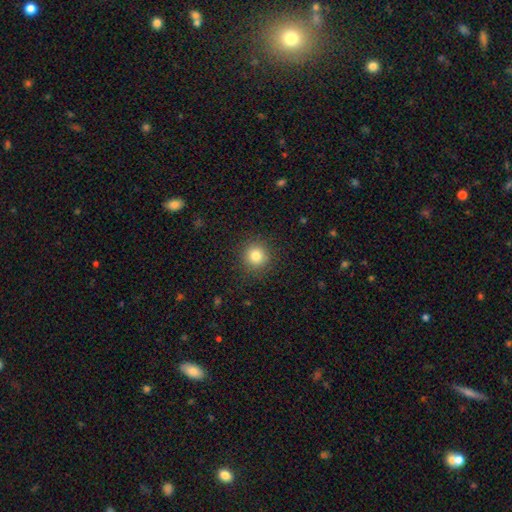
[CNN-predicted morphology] smooth_or_featured: smooth (p=0.82) [alt: star or artifact p=0.12]
how_rounded: round (p=0.93) [alt: in between p=0.06]
merging: none (p=0.90) [alt: minor disturbance p=0.07]